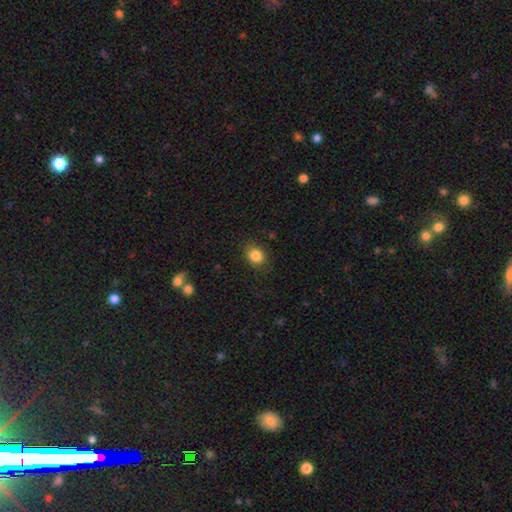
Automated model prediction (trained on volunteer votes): smooth-or-featured: smooth: 85% | star or artifact: 10% | featured or disk: 5%
  how-rounded: round: 57% | in between: 42% | cigar-shaped: 1%
  merging: none: 84% | minor disturbance: 11% | major disturbance: 3% | merger: 1%